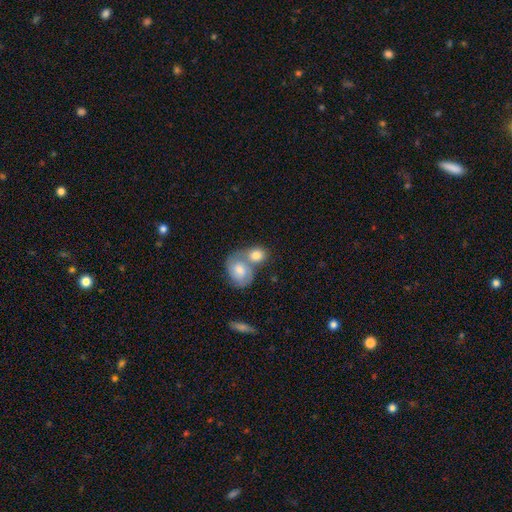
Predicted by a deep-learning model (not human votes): The model was most divided on "how rounded": in between: 51%, round: 47%, cigar-shaped: 1%. More confident: smooth or featured — smooth (75%); merging — merger (62%).